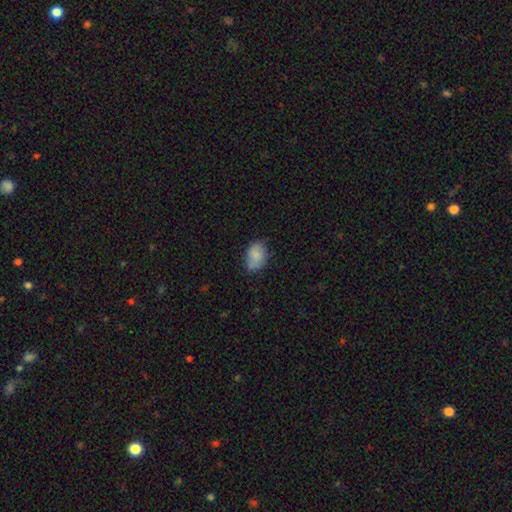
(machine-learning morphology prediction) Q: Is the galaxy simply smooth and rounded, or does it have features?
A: smooth — 77%.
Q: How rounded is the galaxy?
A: in between — 83%.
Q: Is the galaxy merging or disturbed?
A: none — 58%.